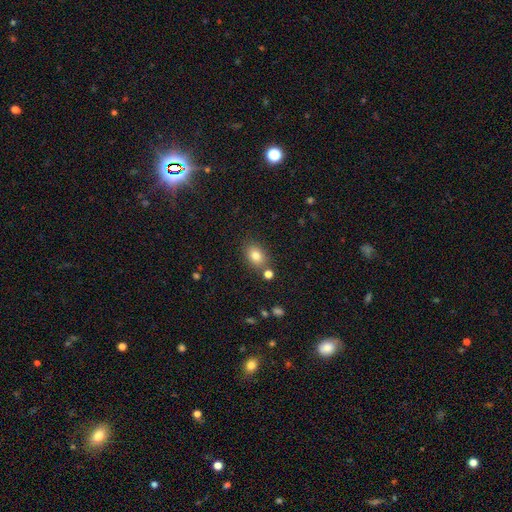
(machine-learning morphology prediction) Overall: smooth (80%). How rounded: in between (69%; round 29%). Merging: none (74%).